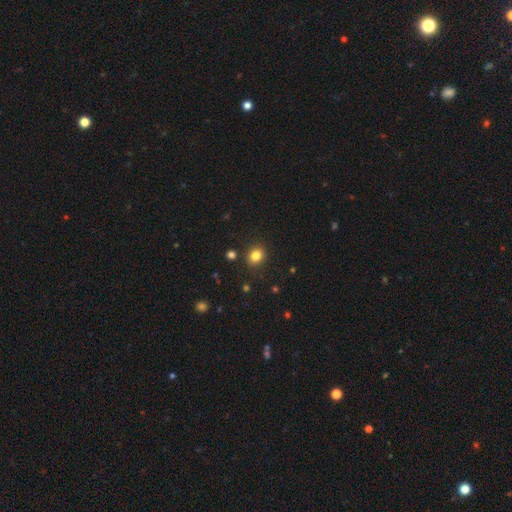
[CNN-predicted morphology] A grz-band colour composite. It shows a smooth galaxy with no disk features (82%) that is round (69%). Merging: none (86%).